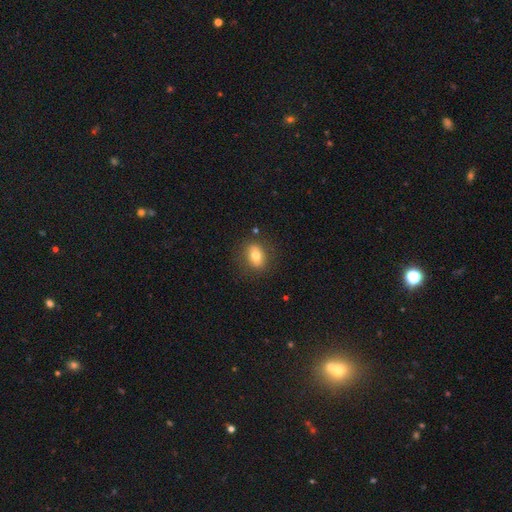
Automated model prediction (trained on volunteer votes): smooth 71%, featured or disk 20%, star or artifact 9%. Down the decision tree: how rounded — in between (63%); merging — none (83%).